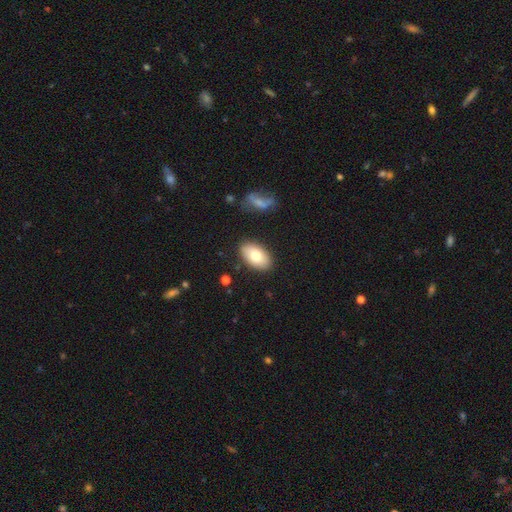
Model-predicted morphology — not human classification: This is likely a smooth galaxy (72%). How rounded: clearly in between (92%). Merging: clearly none (85%).